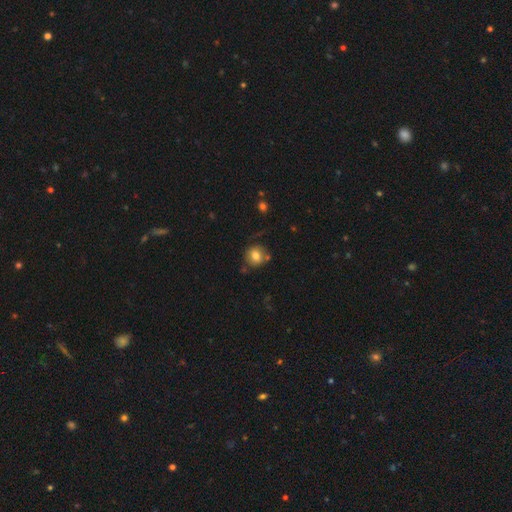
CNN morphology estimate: Smooth or featured: smooth — 78% (featured or disk — 12%)
How rounded: round — 86% (in between — 13%)
Merging: none — 73% (minor disturbance — 15%)